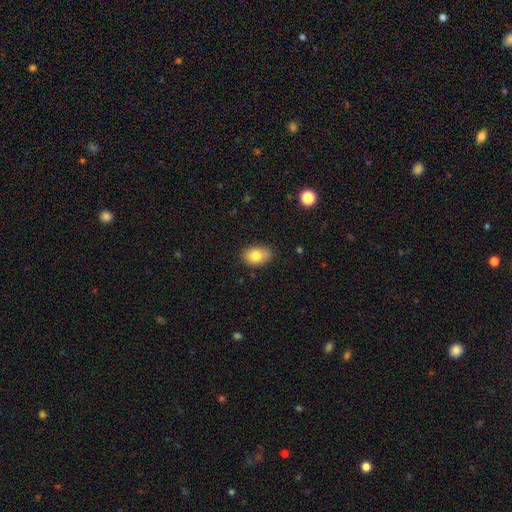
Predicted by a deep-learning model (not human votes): smooth 81%, featured or disk 11%, star or artifact 8%. Down the decision tree: how rounded — in between (86%); merging — none (82%).